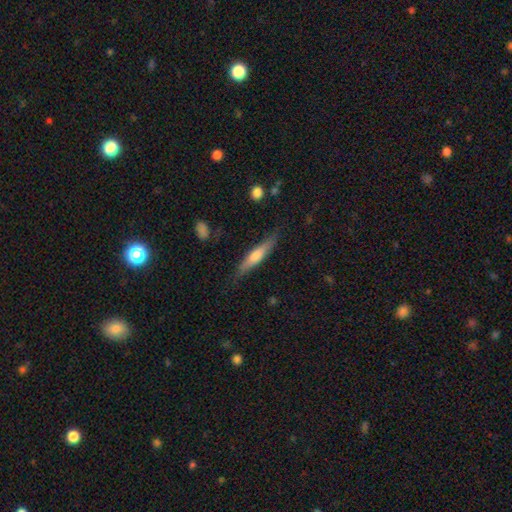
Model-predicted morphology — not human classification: Overall: smooth (52%; featured or disk 43%). How rounded: cigar-shaped (88%). Merging: none (81%).